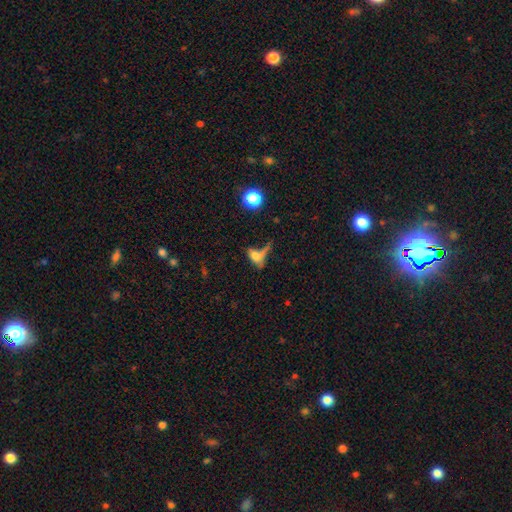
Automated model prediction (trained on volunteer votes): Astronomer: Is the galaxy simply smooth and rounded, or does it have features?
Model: smooth — 60%.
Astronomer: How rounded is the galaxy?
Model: in between — 63%.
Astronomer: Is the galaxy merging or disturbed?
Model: none — 34% (runner-up: merger, 27%).